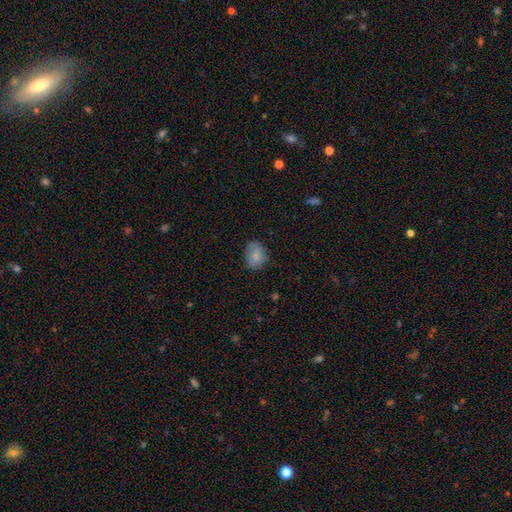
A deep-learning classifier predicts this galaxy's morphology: Smooth or featured?
  - smooth: 80% *
  - featured or disk: 12%
  - star or artifact: 8%
How rounded?
  - in between: 60% *
  - round: 39%
  - cigar-shaped: 1%
Merging?
  - none: 70% *
  - minor disturbance: 23%
  - major disturbance: 6%
  - merger: 1%